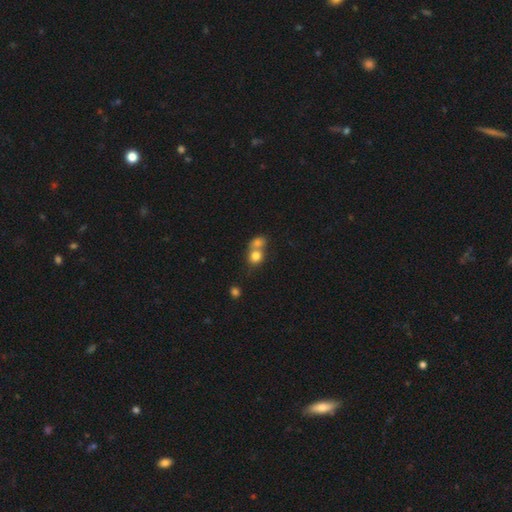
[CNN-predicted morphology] smooth 79%, featured or disk 11%, star or artifact 11%. Down the decision tree: how rounded — round (75%); merging — merger (60%).